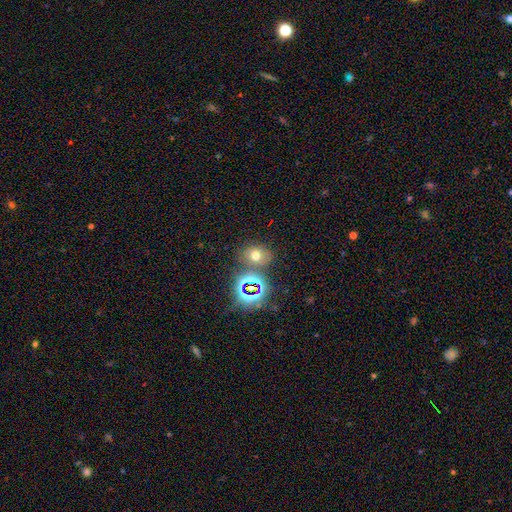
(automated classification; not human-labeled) smooth 59%, star or artifact 29%, featured or disk 12%. Down the decision tree: how rounded — in between (51%); merging — none (73%).